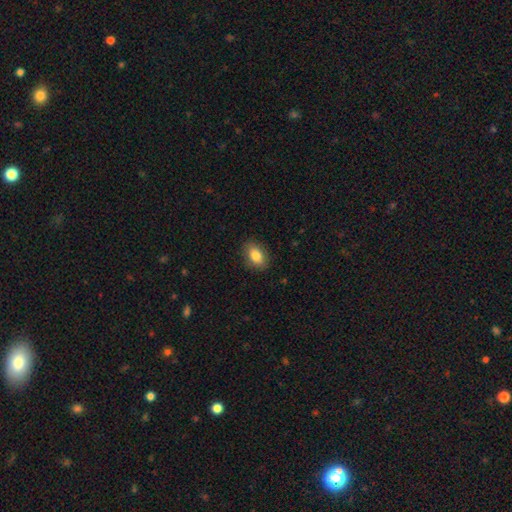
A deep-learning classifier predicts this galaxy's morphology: Smooth or featured? Predicted: smooth (p=0.83). How rounded? Predicted: in between (p=0.83). Merging? Predicted: none (p=0.87).